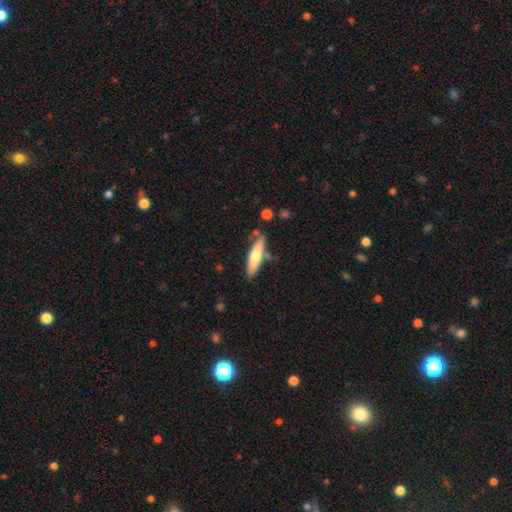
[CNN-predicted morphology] smooth 60%, featured or disk 34%, star or artifact 6%. Down the decision tree: how rounded — cigar-shaped (75%); merging — none (74%).